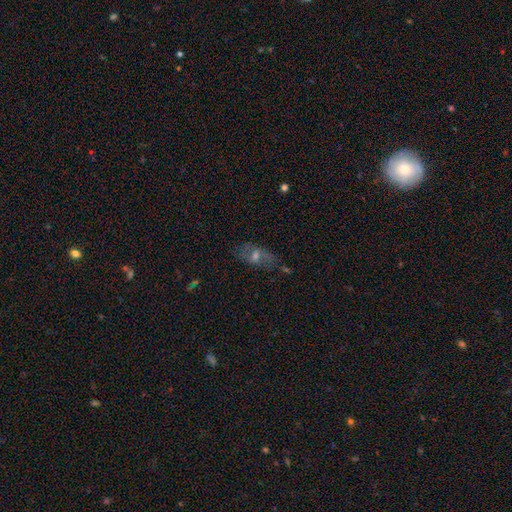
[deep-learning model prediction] Smooth or featured: featured or disk — 48% (smooth — 33%)
Merging: none — 62% (minor disturbance — 22%)